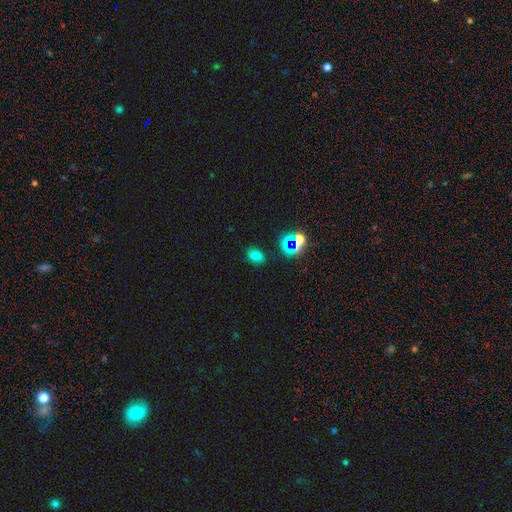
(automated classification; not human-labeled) This appears to be a smooth galaxy with no disk features (69%) that is in between round and cigar-shaped (75%). Merging: none (81%).